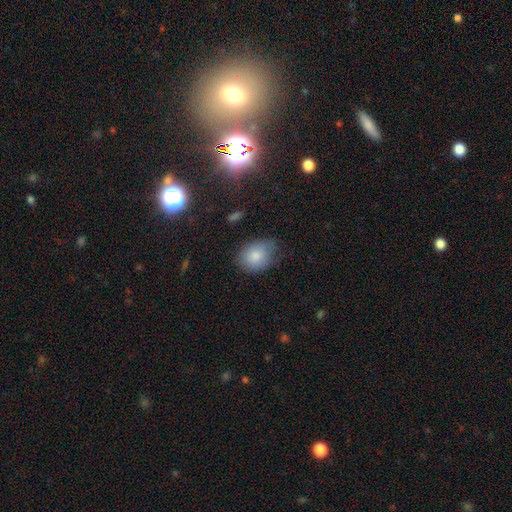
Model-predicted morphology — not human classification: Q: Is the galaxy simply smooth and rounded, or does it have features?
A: smooth — 83%.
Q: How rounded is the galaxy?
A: in between — 65%.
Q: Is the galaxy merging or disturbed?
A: none — 62%.